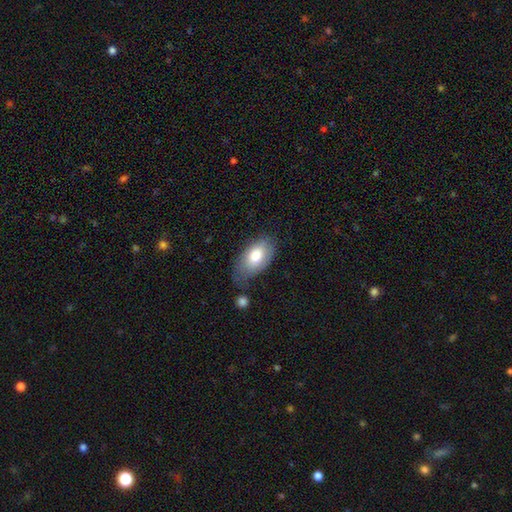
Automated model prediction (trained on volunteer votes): Smooth or featured? Predicted: smooth (p=0.77). How rounded? Predicted: in between (p=0.94). Merging? Predicted: none (p=0.55).